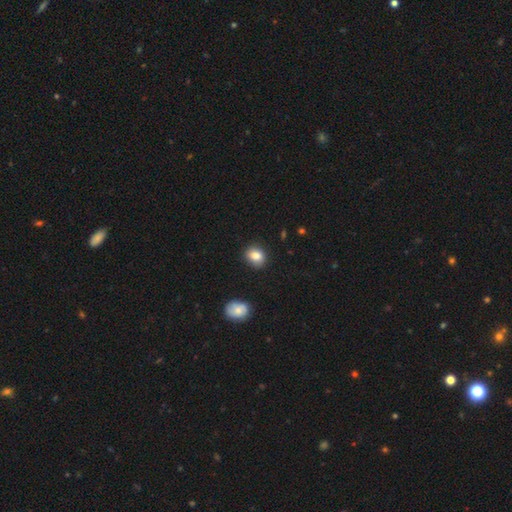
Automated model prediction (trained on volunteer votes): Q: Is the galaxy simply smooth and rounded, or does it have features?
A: smooth — 84%.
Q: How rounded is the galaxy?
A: round — 60%.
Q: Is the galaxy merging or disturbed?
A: none — 86%.